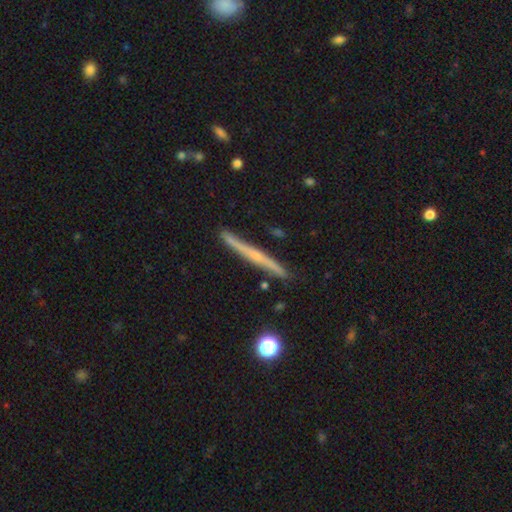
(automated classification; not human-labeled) Smooth or featured?
  - featured or disk: 64% *
  - smooth: 28%
  - star or artifact: 8%
Edge-on disk?
  - yes: 97% *
  - no: 3%
Edge-on bulge?
  - none: 48% *
  - rounded: 47%
  - boxy: 6%
Merging?
  - none: 88% *
  - minor disturbance: 9%
  - merger: 2%
  - major disturbance: 2%